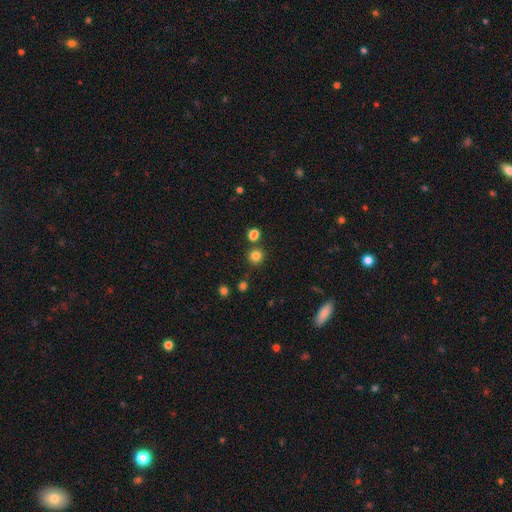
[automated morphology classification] type=smooth (81%); roundness=round (93%); merging=none (81%).